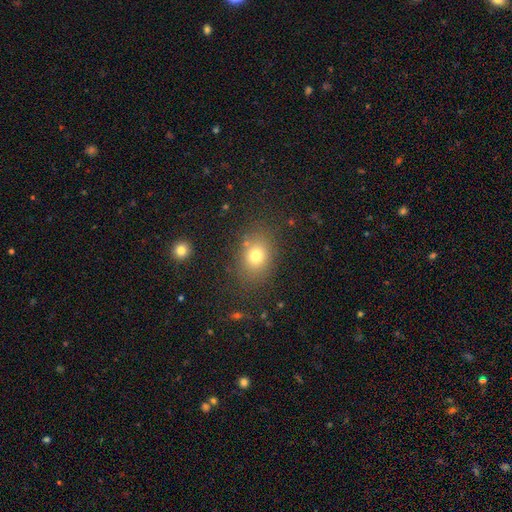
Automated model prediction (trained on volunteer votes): Smooth or featured? Predicted: smooth (p=0.75). How rounded? Predicted: in between (p=0.59). Merging? Predicted: none (p=0.80).